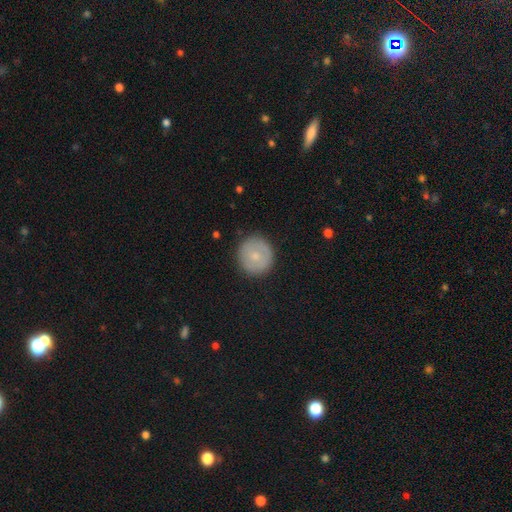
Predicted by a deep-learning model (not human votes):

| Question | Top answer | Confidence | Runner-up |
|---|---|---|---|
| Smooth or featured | smooth | 69% | featured or disk (24%) |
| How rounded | round | 94% | in between (5%) |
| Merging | none | 89% | minor disturbance (8%) |